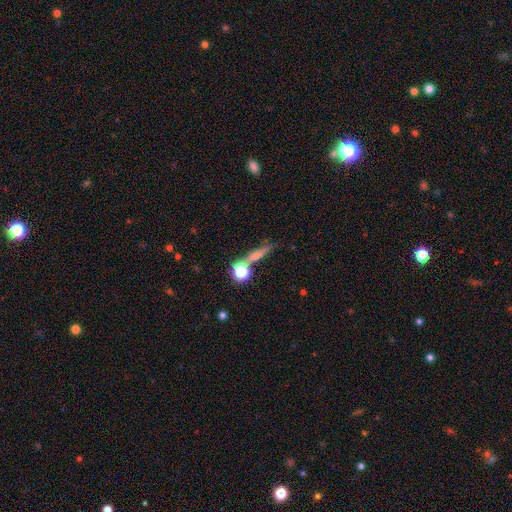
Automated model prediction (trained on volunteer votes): smooth_or_featured: smooth (p=0.51) [alt: featured or disk p=0.32]
how_rounded: cigar-shaped (p=0.65) [alt: round p=0.21]
merging: none (p=0.65) [alt: merger p=0.17]